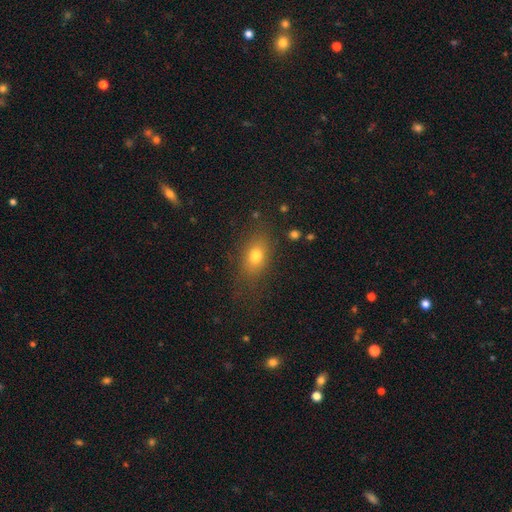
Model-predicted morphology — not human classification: This appears to be a smooth galaxy with no disk features (75%) that is in between round and cigar-shaped (75%). Merging: none (73%).